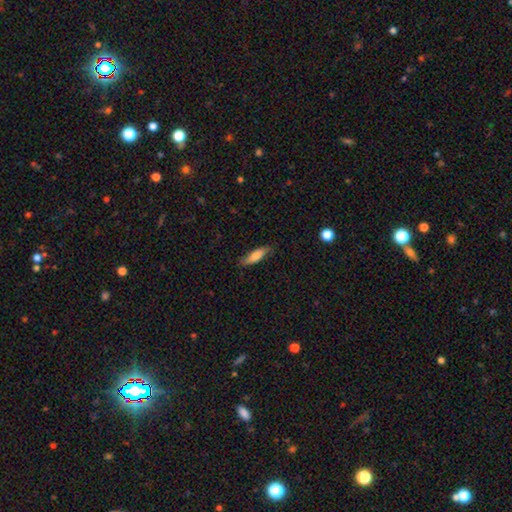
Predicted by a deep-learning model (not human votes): The model was most divided on "how rounded": cigar-shaped: 60%, in between: 39%, round: 2%. More confident: merging — none (79%); smooth or featured — smooth (74%).